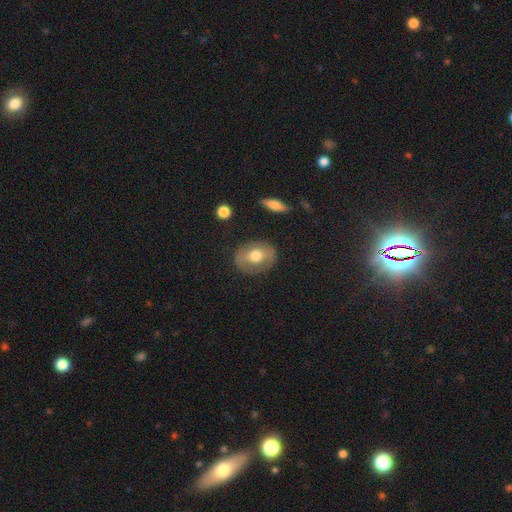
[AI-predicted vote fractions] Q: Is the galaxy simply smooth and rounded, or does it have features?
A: smooth — 56%.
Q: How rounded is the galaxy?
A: in between — 65%.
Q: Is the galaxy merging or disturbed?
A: none — 80%.